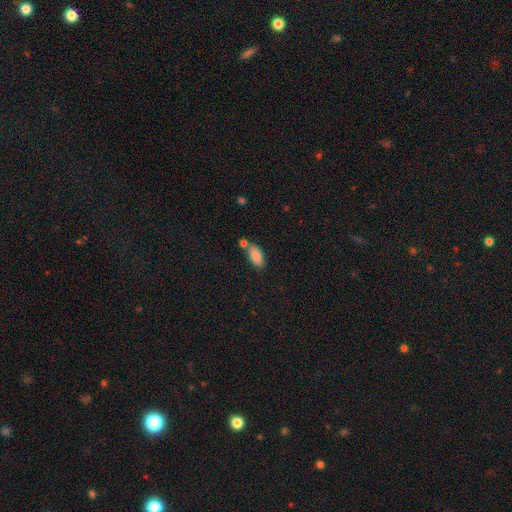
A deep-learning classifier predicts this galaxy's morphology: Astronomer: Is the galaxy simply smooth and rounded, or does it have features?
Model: smooth — 85%.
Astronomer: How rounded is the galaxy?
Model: in between — 87%.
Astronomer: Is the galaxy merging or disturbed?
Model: none — 61%.